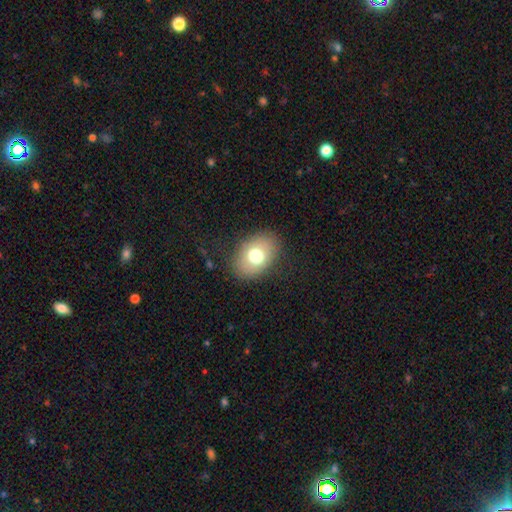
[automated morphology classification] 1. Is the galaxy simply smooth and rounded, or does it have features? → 73% smooth, 17% featured or disk, 10% star or artifact.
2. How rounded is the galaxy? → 74% in between, 25% round, 1% cigar-shaped.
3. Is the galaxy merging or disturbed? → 84% none, 11% minor disturbance, 4% major disturbance, 1% merger.